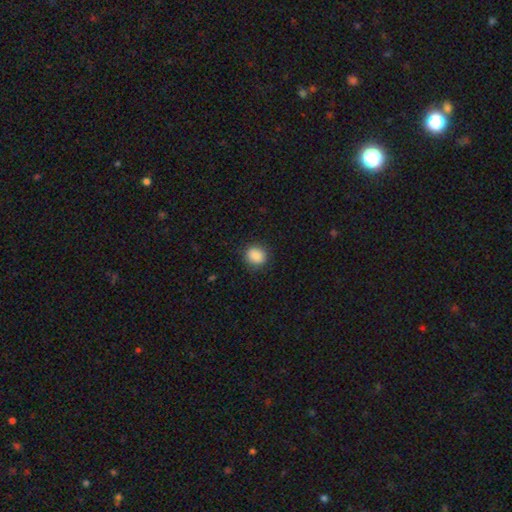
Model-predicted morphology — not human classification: Smooth or featured? smooth (88%)
How rounded? round (69%)
Merging? none (86%)